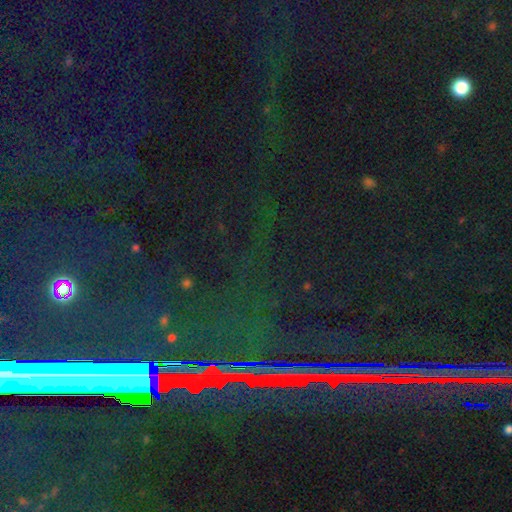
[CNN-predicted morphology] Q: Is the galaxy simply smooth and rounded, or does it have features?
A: star or artifact — 85%.